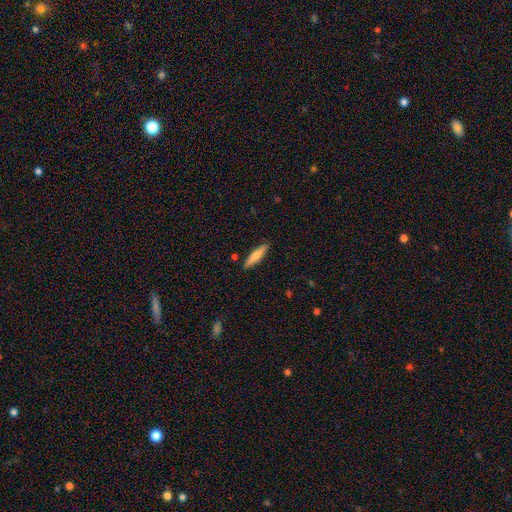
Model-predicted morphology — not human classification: A smooth galaxy with no disk features (71%) that is cigar-shaped (80%).

Vote fractions:
- Smooth or featured? smooth: 71% / featured or disk: 23% / star or artifact: 6%
- How rounded? cigar-shaped: 80% / in between: 19% / round: 1%
- Merging? none: 88% / minor disturbance: 9% / major disturbance: 2% / merger: 2%